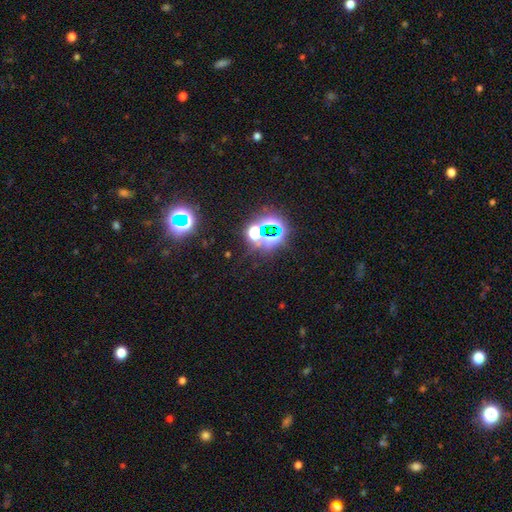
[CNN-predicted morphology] smooth-or-featured: star or artifact: 78% | smooth: 14% | featured or disk: 8%